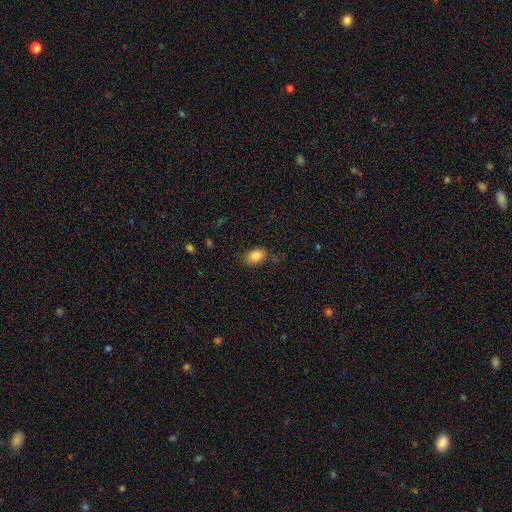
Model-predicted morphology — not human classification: Smooth or featured? smooth (85%)
How rounded? in between (85%)
Merging? none (78%)